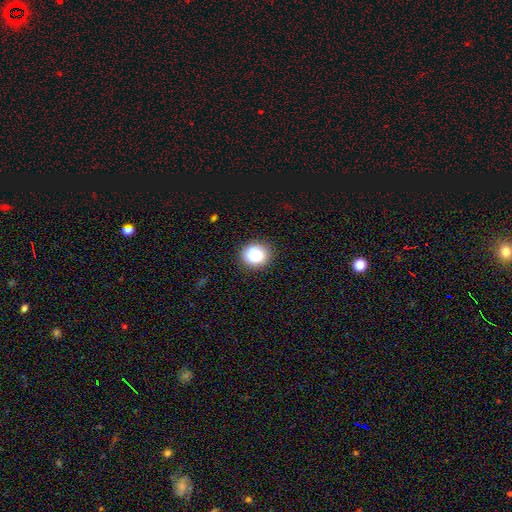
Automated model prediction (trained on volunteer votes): Smooth or featured? smooth (84%)
How rounded? round (81%)
Merging? none (89%)